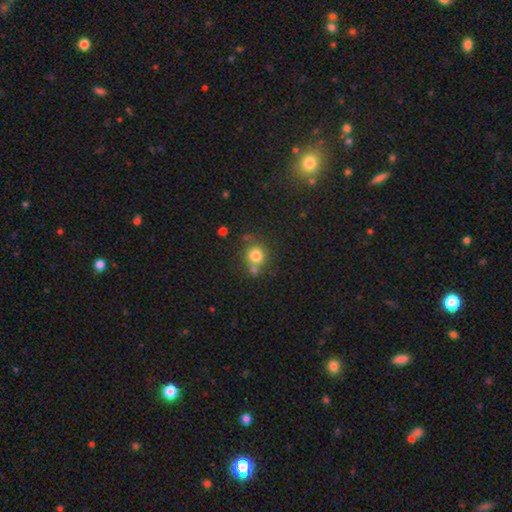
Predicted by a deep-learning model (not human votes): Q: Smooth or featured?
A: smooth (79%); runner-up: star or artifact (12%)
Q: How rounded?
A: round (88%); runner-up: in between (11%)
Q: Merging?
A: none (60%); runner-up: merger (23%)